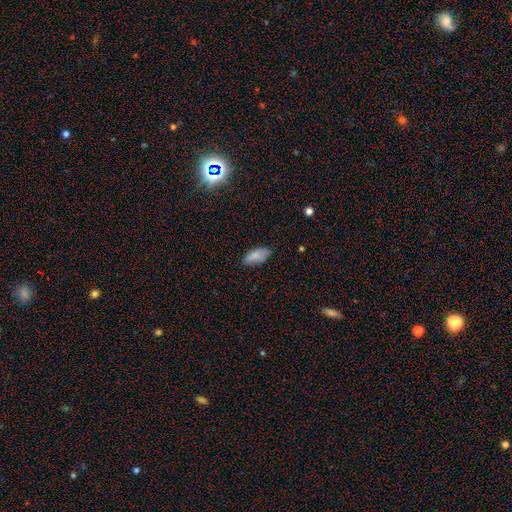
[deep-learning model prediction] Smooth or featured?
  - smooth: 83% *
  - featured or disk: 9%
  - star or artifact: 8%
How rounded?
  - in between: 90% *
  - cigar-shaped: 8%
  - round: 2%
Merging?
  - none: 76% *
  - minor disturbance: 19%
  - major disturbance: 4%
  - merger: 1%